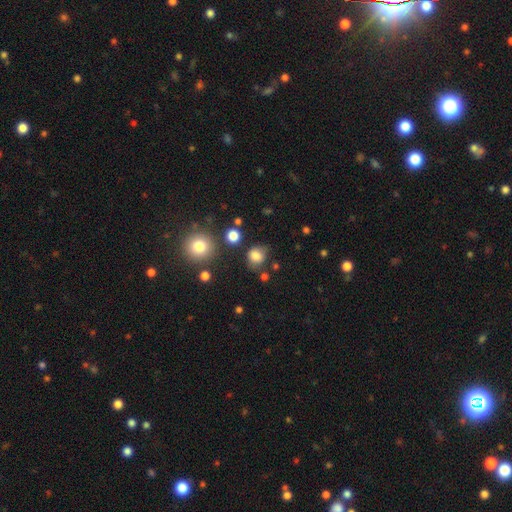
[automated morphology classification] A smooth galaxy with no disk features (80%) that is round (71%). Merging: none (67%).